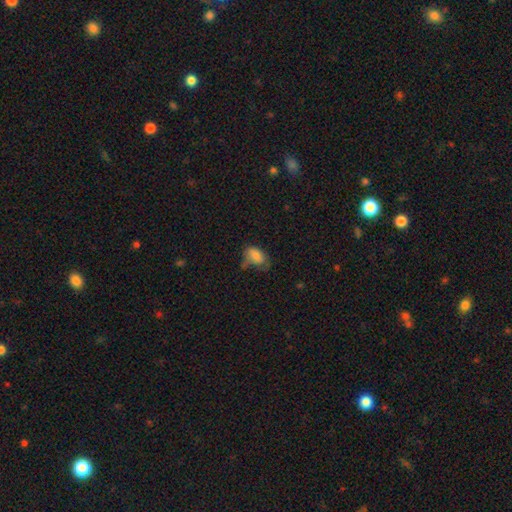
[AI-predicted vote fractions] Smooth or featured?
  - smooth: 76% *
  - featured or disk: 15%
  - star or artifact: 9%
How rounded?
  - in between: 89% *
  - round: 9%
  - cigar-shaped: 2%
Merging?
  - none: 38% *
  - minor disturbance: 34%
  - major disturbance: 21%
  - merger: 7%